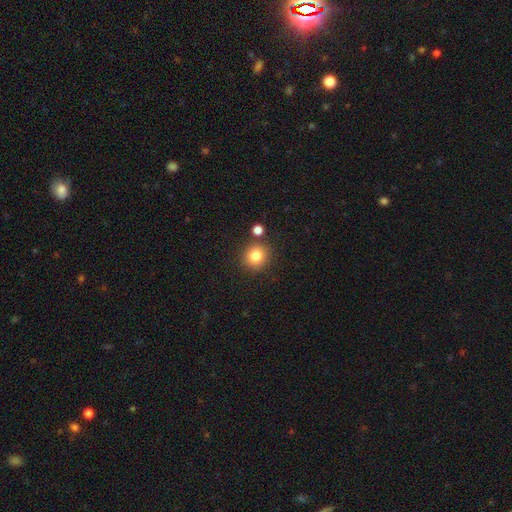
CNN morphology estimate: Q: Smooth or featured?
A: smooth (82%); runner-up: star or artifact (12%)
Q: How rounded?
A: round (87%); runner-up: in between (12%)
Q: Merging?
A: none (83%); runner-up: minor disturbance (8%)